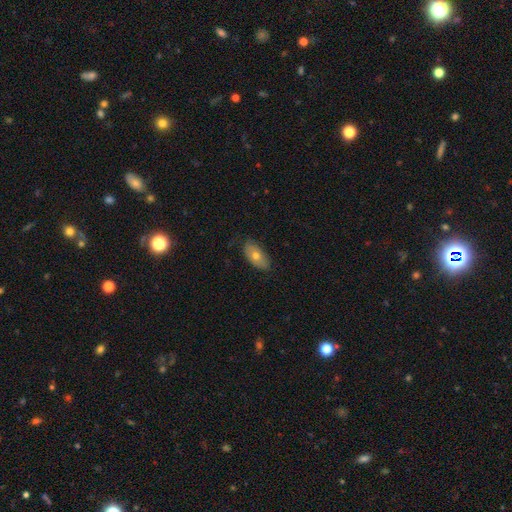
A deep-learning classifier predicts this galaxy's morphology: A smooth galaxy with no disk features (67%) that is in between round and cigar-shaped (91%).

Vote fractions:
- Smooth or featured? smooth: 67% / featured or disk: 26% / star or artifact: 7%
- How rounded? in between: 91% / cigar-shaped: 5% / round: 4%
- Merging? none: 78% / minor disturbance: 18% / major disturbance: 3% / merger: 1%